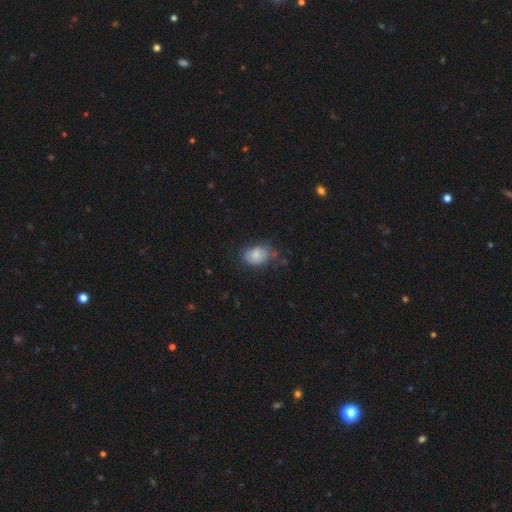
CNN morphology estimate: Smooth or featured: smooth — 80% (featured or disk — 12%)
How rounded: in between — 76% (round — 23%)
Merging: none — 60% (minor disturbance — 28%)